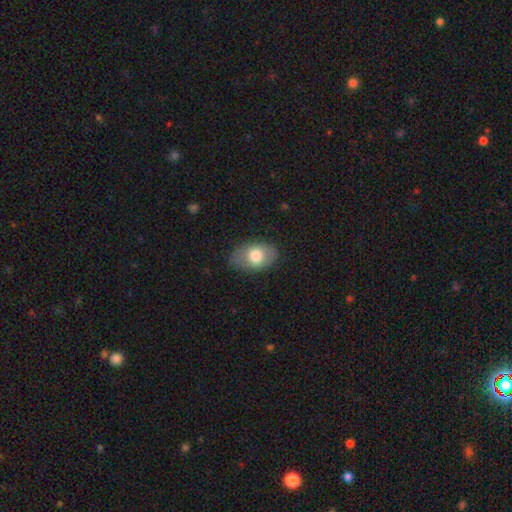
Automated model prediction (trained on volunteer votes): Smooth or featured: smooth — 72% (featured or disk — 21%)
How rounded: in between — 86% (round — 13%)
Merging: none — 74% (minor disturbance — 20%)